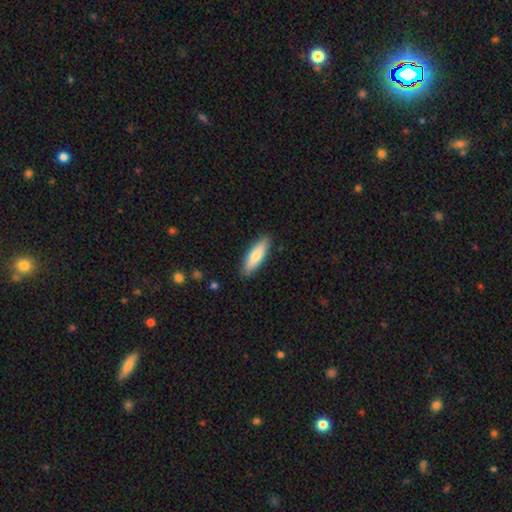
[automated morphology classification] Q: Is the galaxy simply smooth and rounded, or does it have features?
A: smooth — 74%.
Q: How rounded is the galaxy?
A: cigar-shaped — 56%.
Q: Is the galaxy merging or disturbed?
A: none — 88%.